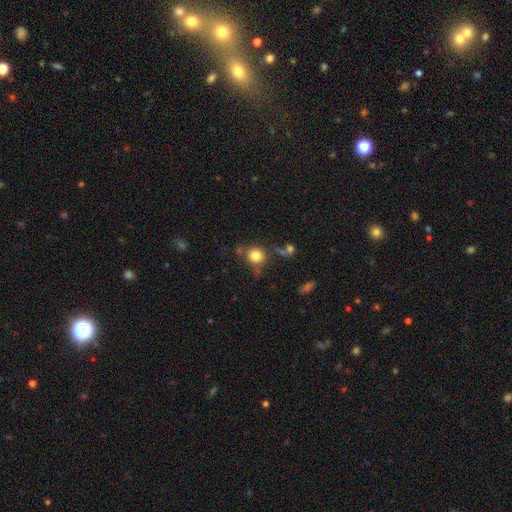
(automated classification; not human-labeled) This is clearly a smooth galaxy (80%). How rounded: clearly round (85%). Merging: likely none (66%).